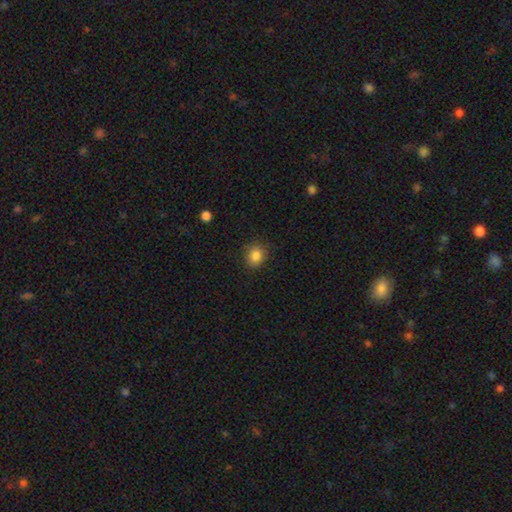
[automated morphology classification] Smooth or featured? Predicted: smooth (p=0.86). How rounded? Predicted: round (p=0.63). Merging? Predicted: none (p=0.84).